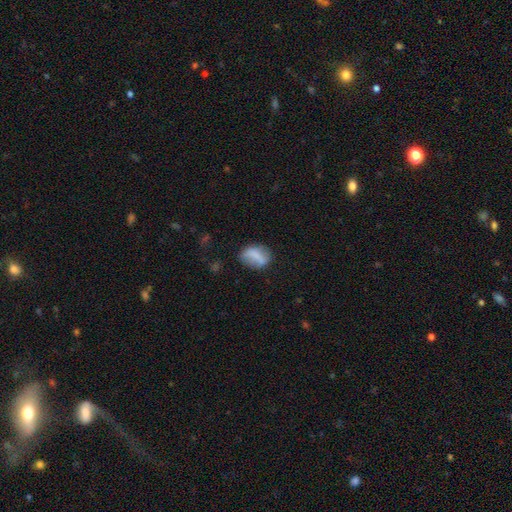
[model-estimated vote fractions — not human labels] Q: Smooth or featured?
A: smooth (65%); runner-up: featured or disk (26%)
Q: How rounded?
A: in between (68%); runner-up: round (28%)
Q: Merging?
A: none (61%); runner-up: minor disturbance (24%)